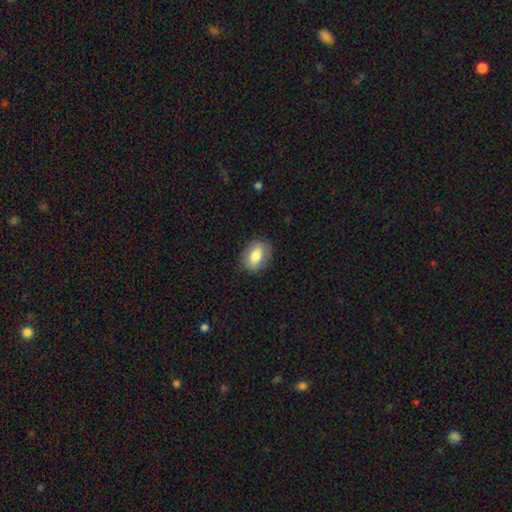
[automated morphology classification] smooth-or-featured: smooth: 81% | featured or disk: 12% | star or artifact: 7%
  how-rounded: in between: 84% | round: 15% | cigar-shaped: 2%
  merging: none: 85% | minor disturbance: 11% | major disturbance: 3% | merger: 1%